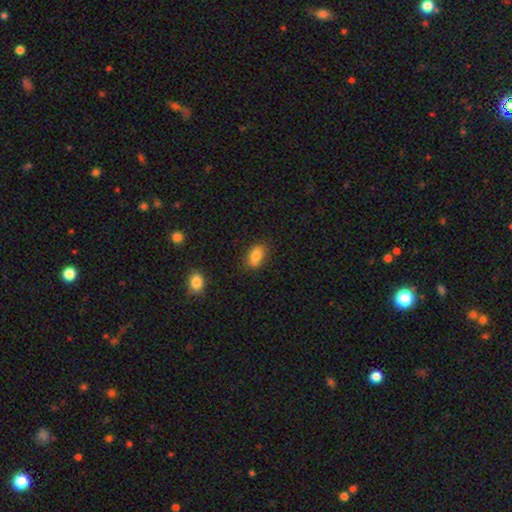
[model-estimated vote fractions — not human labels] smooth 82%, featured or disk 9%, star or artifact 9%. Down the decision tree: how rounded — in between (84%); merging — none (75%).